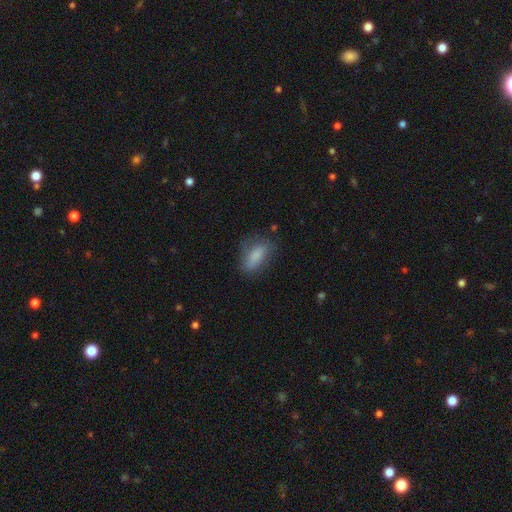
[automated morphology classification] A smooth galaxy with no disk features (75%) that is in between round and cigar-shaped (81%).

Vote fractions:
- Smooth or featured? smooth: 75% / featured or disk: 17% / star or artifact: 8%
- How rounded? in between: 81% / cigar-shaped: 14% / round: 5%
- Merging? none: 61% / minor disturbance: 26% / major disturbance: 11% / merger: 2%